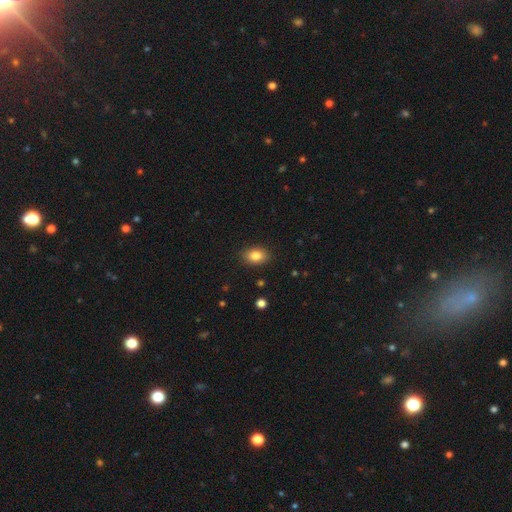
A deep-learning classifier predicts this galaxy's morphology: Smooth or featured?
  - smooth: 84% *
  - star or artifact: 9%
  - featured or disk: 7%
How rounded?
  - in between: 80% *
  - round: 19%
  - cigar-shaped: 1%
Merging?
  - none: 88% *
  - minor disturbance: 8%
  - major disturbance: 2%
  - merger: 1%